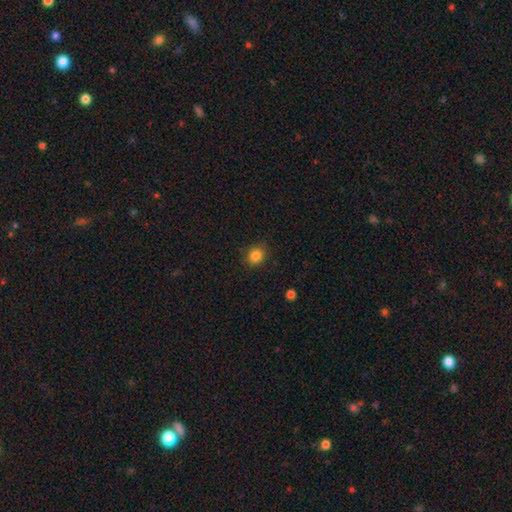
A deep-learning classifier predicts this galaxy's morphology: type=smooth (85%); roundness=round (73%); merging=none (86%).